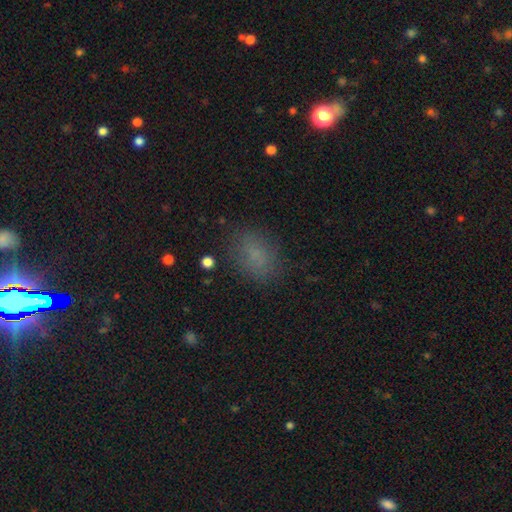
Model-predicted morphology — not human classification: A smooth galaxy with no disk features (73%) that is in between round and cigar-shaped (76%).

Vote fractions:
- Smooth or featured? smooth: 73% / star or artifact: 17% / featured or disk: 9%
- How rounded? in between: 76% / round: 22% / cigar-shaped: 2%
- Merging? none: 78% / minor disturbance: 15% / major disturbance: 6% / merger: 2%